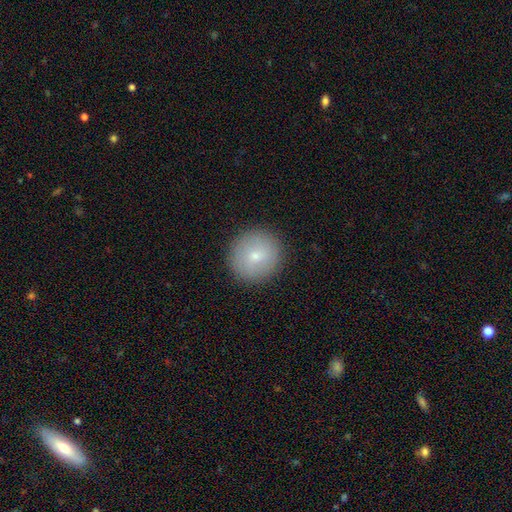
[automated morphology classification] smooth_or_featured: smooth (p=0.73) [alt: featured or disk p=0.18]
how_rounded: round (p=0.94) [alt: in between p=0.05]
merging: none (p=0.90) [alt: minor disturbance p=0.07]